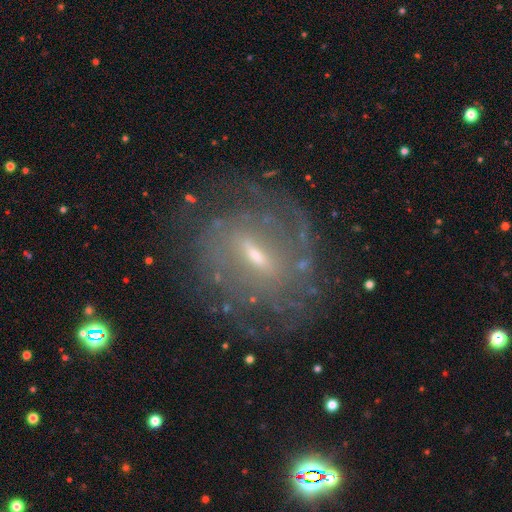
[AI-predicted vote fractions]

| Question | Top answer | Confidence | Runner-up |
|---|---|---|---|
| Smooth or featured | featured or disk | 84% | smooth (8%) |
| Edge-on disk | no | 92% | yes (8%) |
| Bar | strong | 45% | weak (43%) |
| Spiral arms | yes | 87% | no (13%) |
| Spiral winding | tight | 52% | medium (33%) |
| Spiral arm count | can't tell | 39% | 2 (33%) |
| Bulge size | small | 62% | moderate (31%) |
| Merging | none | 70% | minor disturbance (17%) |